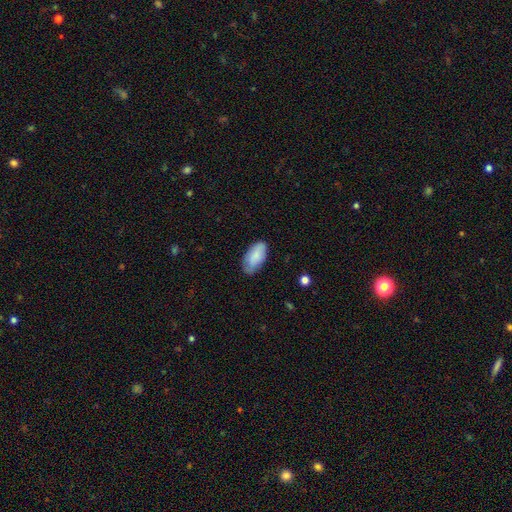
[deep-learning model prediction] This is clearly a smooth galaxy (82%). How rounded: clearly in between (93%). Merging: likely none (70%).